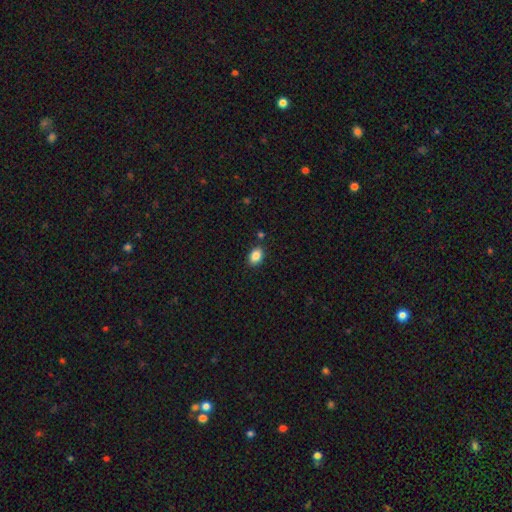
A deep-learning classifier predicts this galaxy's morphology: smooth-or-featured: smooth: 86% | star or artifact: 9% | featured or disk: 5%
  how-rounded: in between: 80% | round: 19% | cigar-shaped: 1%
  merging: none: 84% | minor disturbance: 10% | merger: 4% | major disturbance: 2%